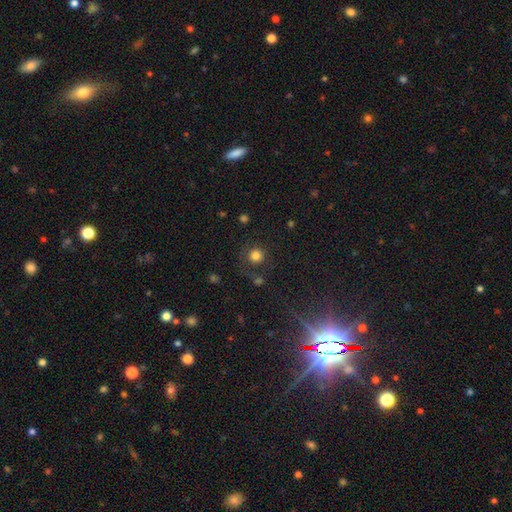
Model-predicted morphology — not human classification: type=smooth (79%); roundness=round (93%); merging=none (76%).